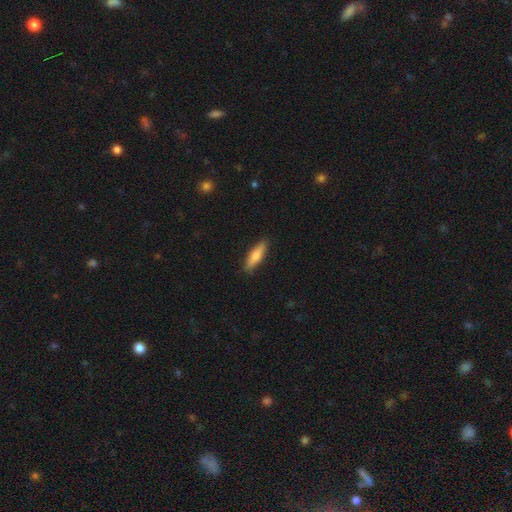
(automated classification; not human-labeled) smooth_or_featured: smooth (p=0.74) [alt: featured or disk p=0.20]
how_rounded: cigar-shaped (p=0.62) [alt: in between p=0.36]
merging: none (p=0.88) [alt: minor disturbance p=0.09]